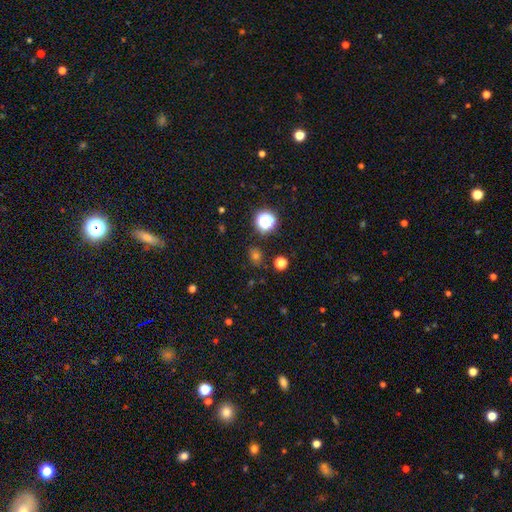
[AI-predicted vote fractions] This is possibly a smooth galaxy (59%). How rounded: likely round (65%). Merging: clearly none (83%).